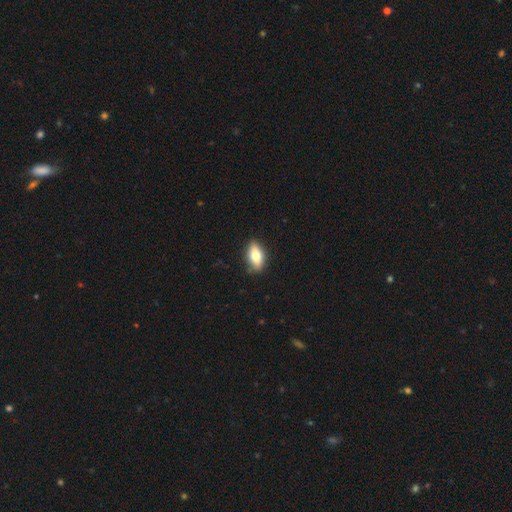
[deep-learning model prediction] This appears to be a smooth galaxy with no disk features (71%) that is in between round and cigar-shaped (85%). Merging: none (84%).